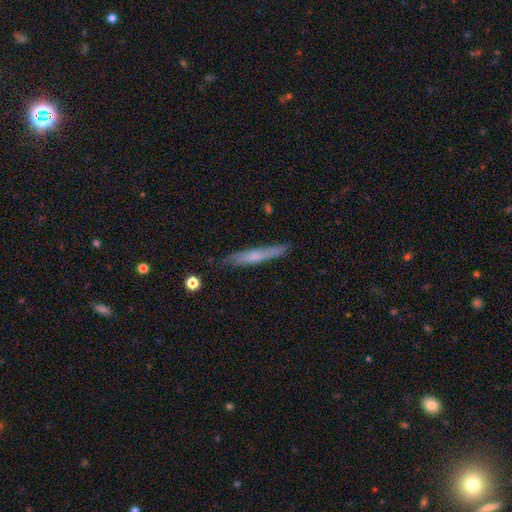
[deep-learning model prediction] This is possibly a smooth galaxy (51%). How rounded: clearly cigar-shaped (93%). Merging: likely none (80%).